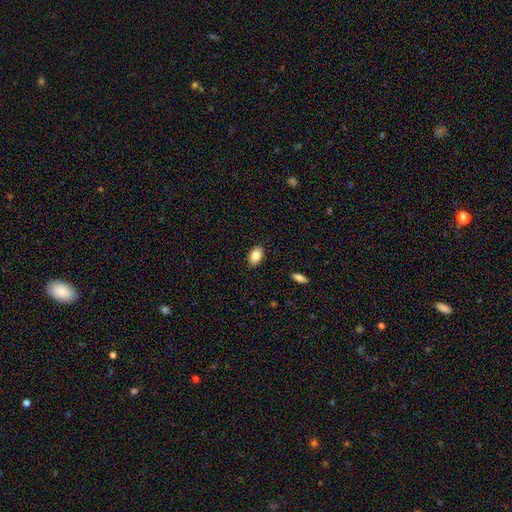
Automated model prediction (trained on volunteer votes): Overall: smooth (84%). How rounded: in between (89%). Merging: none (88%).